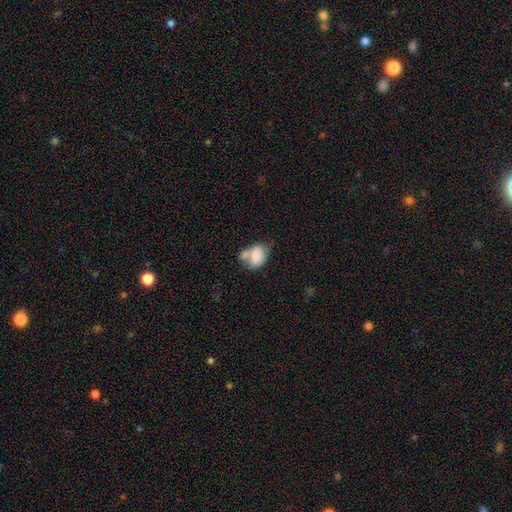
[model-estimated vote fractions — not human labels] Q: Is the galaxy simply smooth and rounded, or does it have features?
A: smooth — 74%.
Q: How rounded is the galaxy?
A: in between — 78%.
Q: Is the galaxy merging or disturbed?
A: merger — 51%.